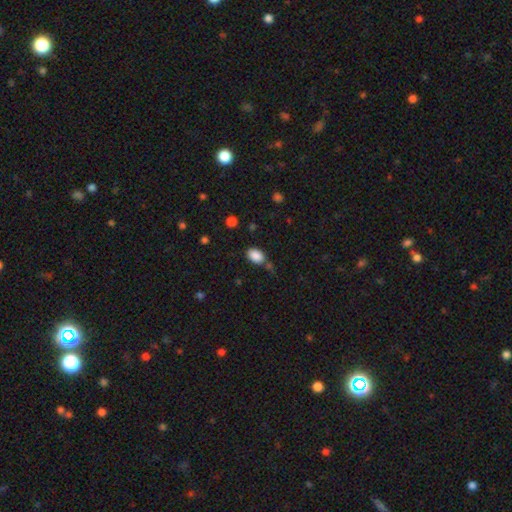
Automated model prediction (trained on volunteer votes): Smooth or featured: smooth — 88% (star or artifact — 9%)
How rounded: in between — 87% (round — 12%)
Merging: none — 70% (minor disturbance — 17%)